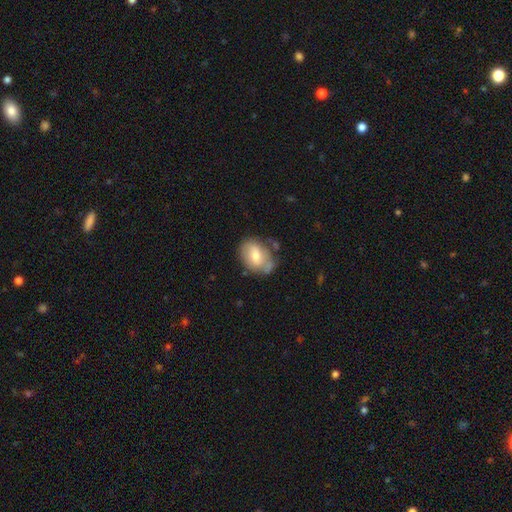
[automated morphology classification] type=smooth (59%); roundness=in between (73%); merging=none (57%).